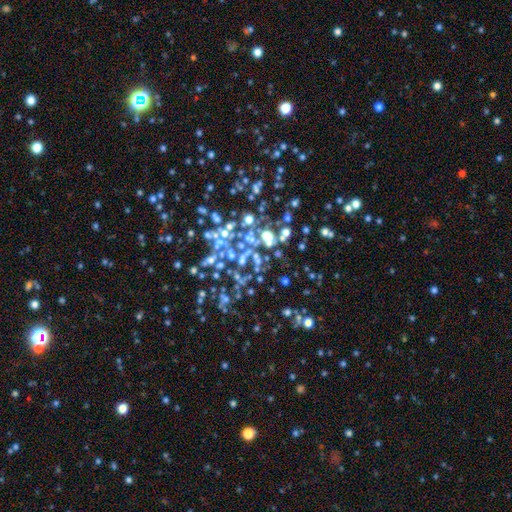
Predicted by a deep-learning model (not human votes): This is likely a star or artifact rather than a galaxy (79%).